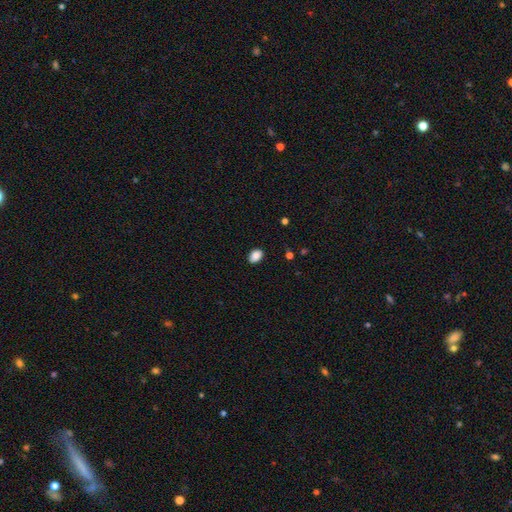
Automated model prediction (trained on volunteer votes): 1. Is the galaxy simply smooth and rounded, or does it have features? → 88% smooth, 9% star or artifact, 3% featured or disk.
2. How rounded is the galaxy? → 80% in between, 19% round, 1% cigar-shaped.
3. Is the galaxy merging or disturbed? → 86% none, 10% minor disturbance, 2% major disturbance, 1% merger.